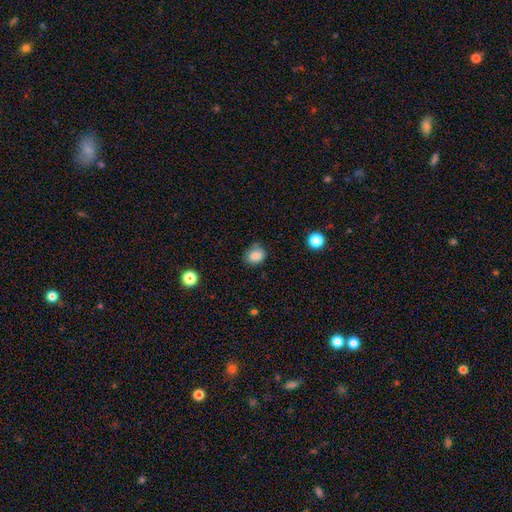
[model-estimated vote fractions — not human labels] A smooth galaxy with no disk features (84%) that is in between round and cigar-shaped (50%).

Vote fractions:
- Smooth or featured? smooth: 84% / star or artifact: 10% / featured or disk: 6%
- How rounded? in between: 50% / round: 49% / cigar-shaped: 1%
- Merging? none: 70% / minor disturbance: 22% / major disturbance: 4% / merger: 3%